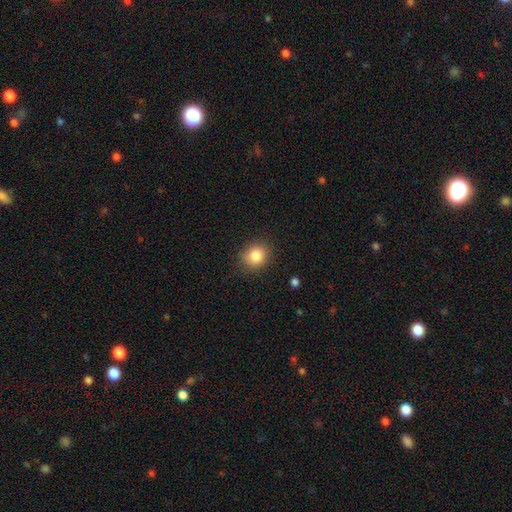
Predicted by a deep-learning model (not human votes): The model was most divided on "how rounded": round: 70%, in between: 29%, cigar-shaped: 1%. More confident: merging — none (84%); smooth or featured — smooth (83%).